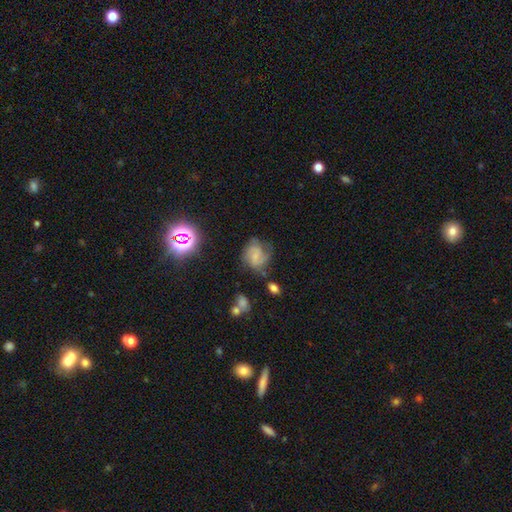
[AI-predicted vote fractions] Smooth or featured?
  - featured or disk: 57% *
  - smooth: 32%
  - star or artifact: 11%
Edge-on disk?
  - no: 98% *
  - yes: 2%
Bar?
  - no: 51% *
  - weak: 40%
  - strong: 9%
Spiral arms?
  - yes: 87% *
  - no: 13%
Bulge size?
  - small: 49% *
  - none: 28%
  - moderate: 19%
  - large: 3%
  - dominant: 1%
Merging?
  - none: 54% *
  - minor disturbance: 25%
  - major disturbance: 17%
  - merger: 4%